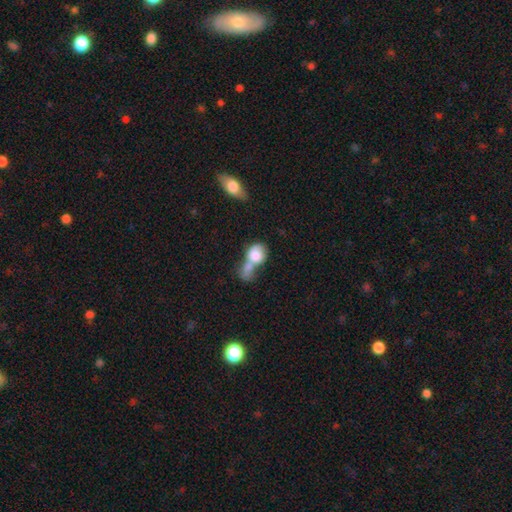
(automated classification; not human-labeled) This appears to be a smooth galaxy with no disk features (74%) that is round (49%, tied with in between). Merging: merger (71%).